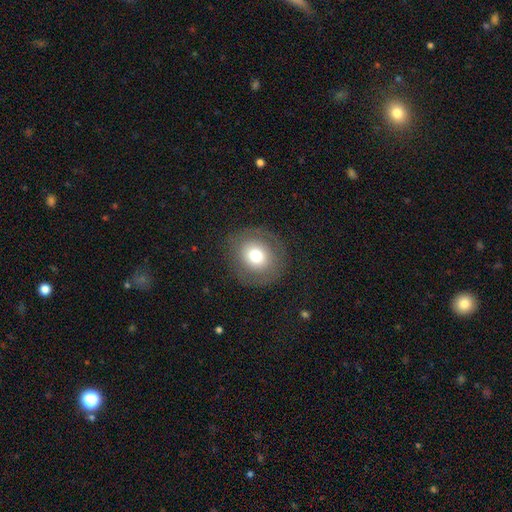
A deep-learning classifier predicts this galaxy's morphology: smooth 66%, featured or disk 23%, star or artifact 11%. Down the decision tree: how rounded — round (86%); merging — none (83%).